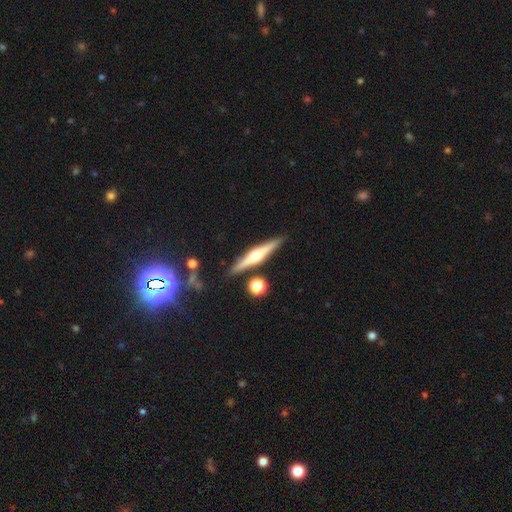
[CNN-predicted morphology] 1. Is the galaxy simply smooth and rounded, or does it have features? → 71% featured or disk, 23% smooth, 6% star or artifact.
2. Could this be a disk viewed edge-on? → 98% yes, 2% no.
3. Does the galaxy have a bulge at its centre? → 91% rounded, 6% boxy, 3% none.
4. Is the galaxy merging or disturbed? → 86% none, 8% minor disturbance, 4% merger, 2% major disturbance.